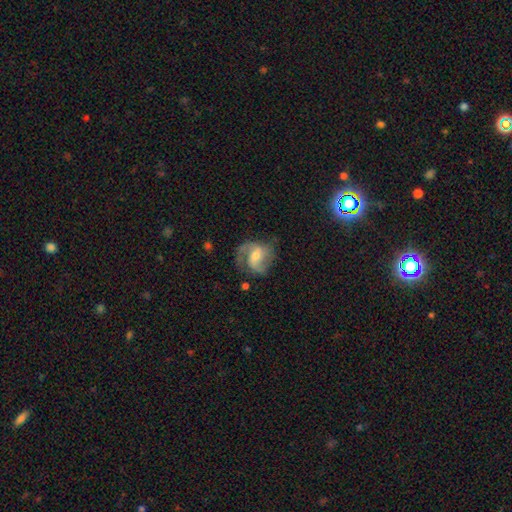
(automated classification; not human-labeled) Morphology: type=featured or disk (77%); edge-on=no (98%); bar=weak (47%); spiral arms=yes (93%); winding=medium (49%); arm count=2 (70%); bulge=moderate (53%); merging=none (57%).